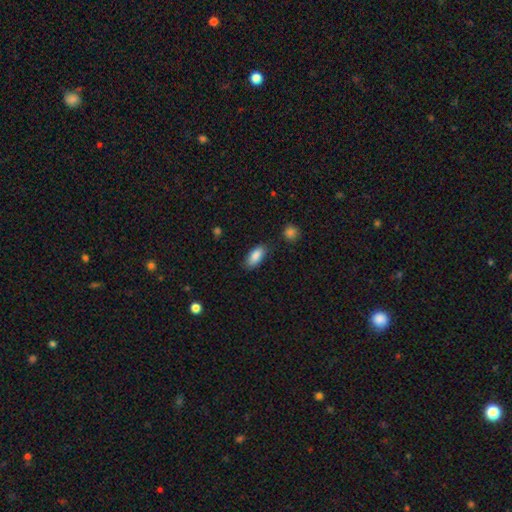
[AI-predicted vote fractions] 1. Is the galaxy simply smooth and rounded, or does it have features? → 87% smooth, 7% star or artifact, 6% featured or disk.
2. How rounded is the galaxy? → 86% in between, 11% cigar-shaped, 2% round.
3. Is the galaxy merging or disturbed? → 81% none, 13% minor disturbance, 3% major disturbance, 2% merger.